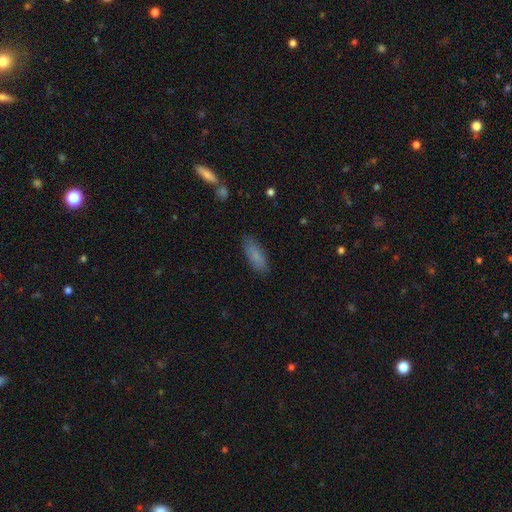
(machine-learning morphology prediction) Smooth or featured?
  - smooth: 83% *
  - featured or disk: 10%
  - star or artifact: 7%
How rounded?
  - in between: 67% *
  - cigar-shaped: 31%
  - round: 2%
Merging?
  - none: 82% *
  - minor disturbance: 13%
  - major disturbance: 3%
  - merger: 2%